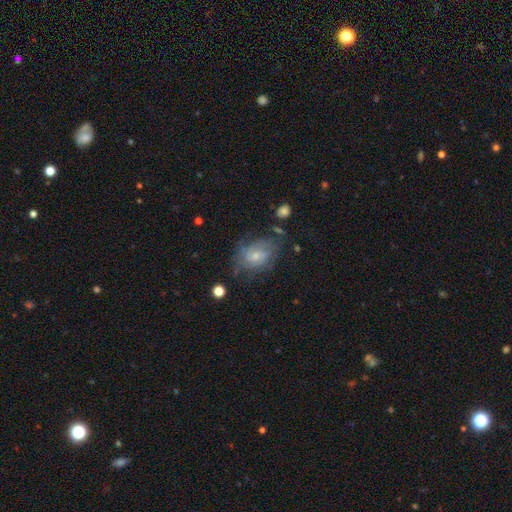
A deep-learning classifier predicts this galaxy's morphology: Smooth or featured? Predicted: featured or disk (p=0.52). Edge-on disk? Predicted: no (p=0.96). Merging? Predicted: none (p=0.50).